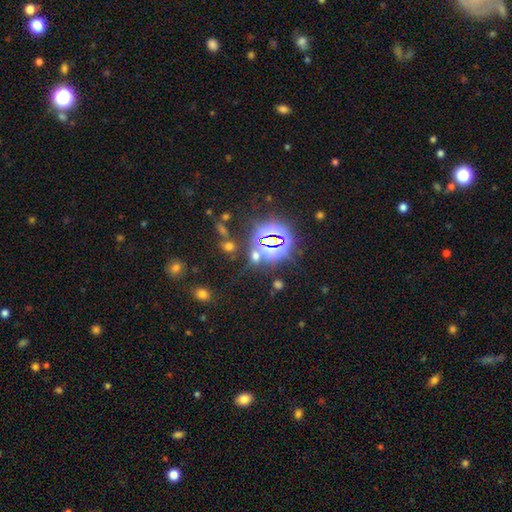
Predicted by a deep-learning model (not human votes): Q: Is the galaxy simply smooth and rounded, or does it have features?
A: star or artifact — 62%.